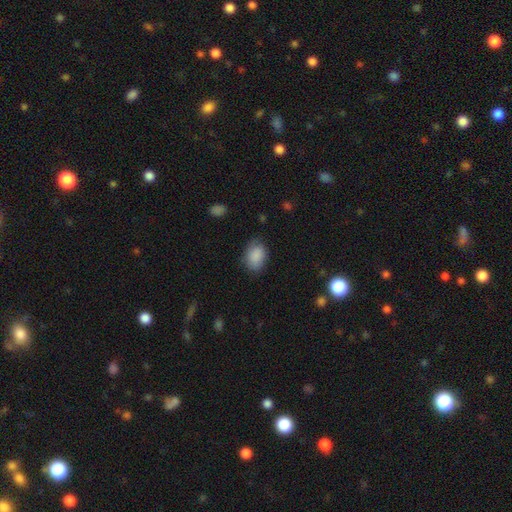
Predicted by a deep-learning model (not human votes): Morphology: type=smooth (88%); roundness=in between (80%); merging=none (75%).